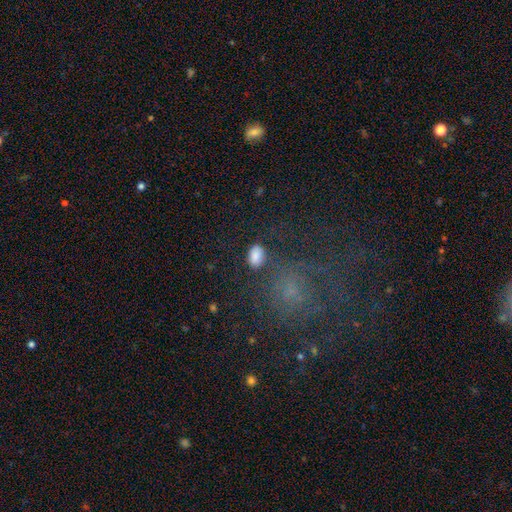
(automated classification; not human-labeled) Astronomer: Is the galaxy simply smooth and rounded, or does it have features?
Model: smooth — 81%.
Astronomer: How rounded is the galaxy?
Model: in between — 84%.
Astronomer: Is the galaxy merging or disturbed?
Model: none — 76%.